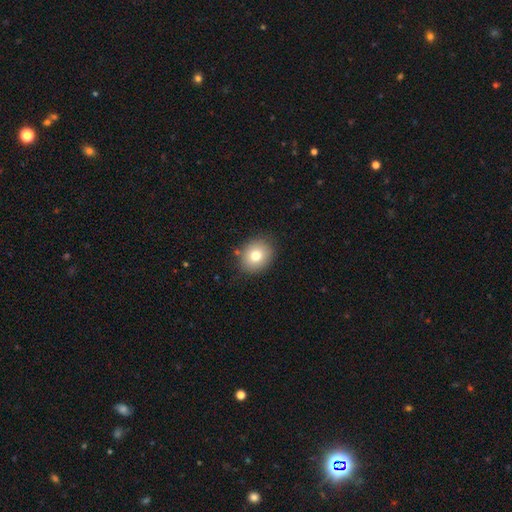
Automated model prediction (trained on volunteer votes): Overall: smooth (77%). How rounded: round (58%; in between 41%). Merging: none (85%).